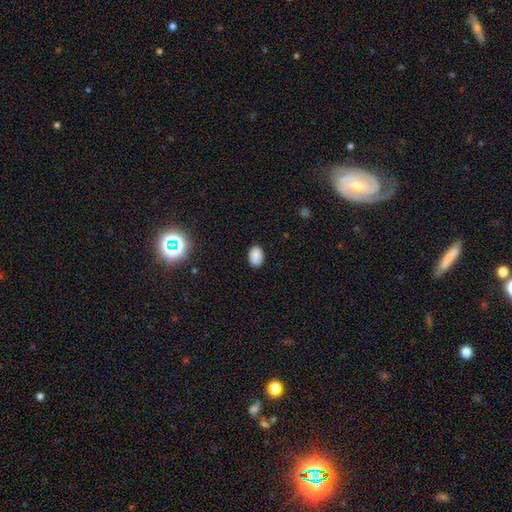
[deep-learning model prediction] A smooth galaxy with no disk features (87%) that is in between round and cigar-shaped (83%).

Vote fractions:
- Smooth or featured? smooth: 87% / star or artifact: 10% / featured or disk: 3%
- How rounded? in between: 83% / round: 16% / cigar-shaped: 1%
- Merging? none: 87% / minor disturbance: 10% / major disturbance: 2% / merger: 1%